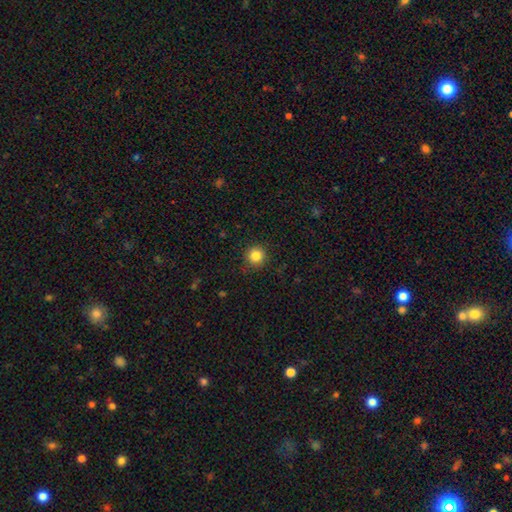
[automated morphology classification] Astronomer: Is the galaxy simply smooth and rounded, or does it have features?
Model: smooth — 84%.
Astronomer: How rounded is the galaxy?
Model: round — 95%.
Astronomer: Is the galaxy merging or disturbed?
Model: none — 89%.